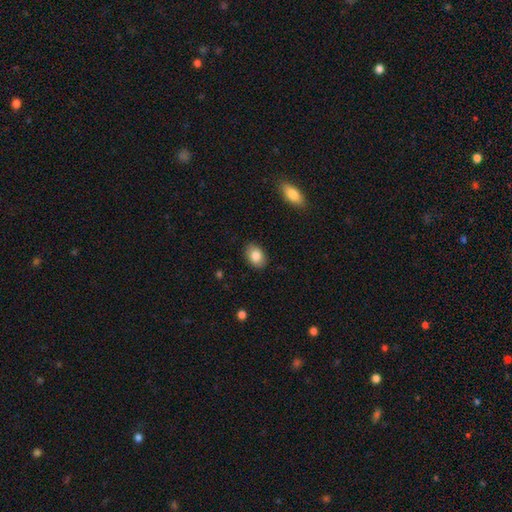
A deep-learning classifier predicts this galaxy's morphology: The model was most divided on "how rounded": in between: 81%, round: 18%, cigar-shaped: 1%. More confident: merging — none (87%); smooth or featured — smooth (85%).